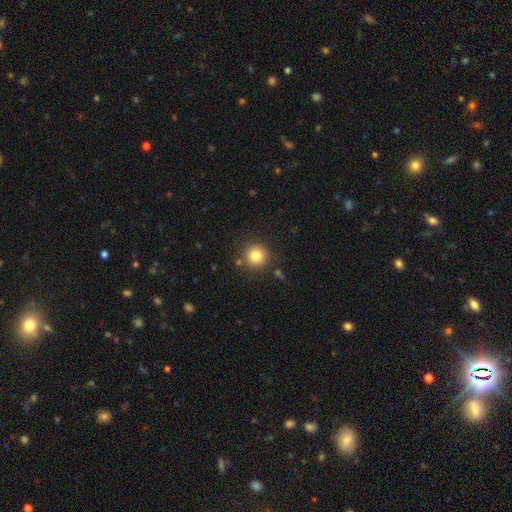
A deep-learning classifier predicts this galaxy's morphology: smooth_or_featured: smooth (p=0.82) [alt: star or artifact p=0.12]
how_rounded: round (p=0.94) [alt: in between p=0.05]
merging: none (p=0.87) [alt: minor disturbance p=0.07]